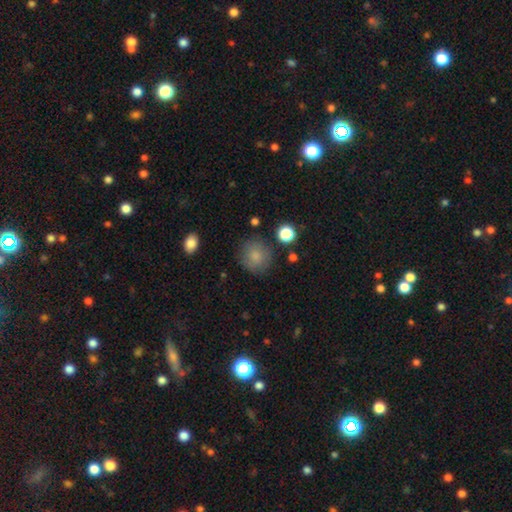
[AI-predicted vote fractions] Morphology: type=smooth (82%); roundness=round (87%); merging=none (80%).